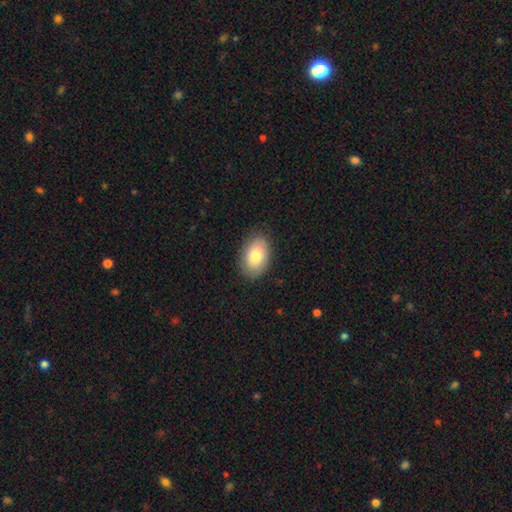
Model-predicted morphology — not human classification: smooth-or-featured: smooth: 78% | featured or disk: 16% | star or artifact: 7%
  how-rounded: in between: 89% | round: 10% | cigar-shaped: 1%
  merging: none: 85% | minor disturbance: 11% | major disturbance: 3% | merger: 1%